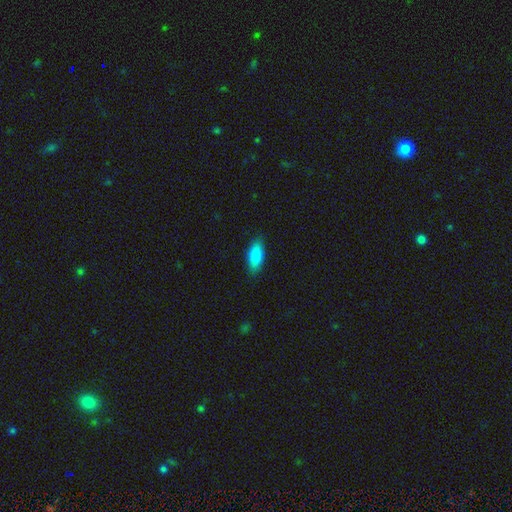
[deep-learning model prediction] Smooth or featured? smooth (83%)
How rounded? in between (81%)
Merging? none (87%)